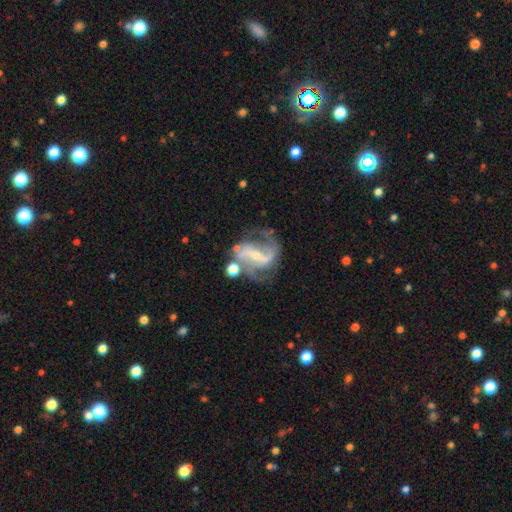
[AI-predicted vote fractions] Smooth or featured?
  - featured or disk: 89% *
  - star or artifact: 6%
  - smooth: 5%
Edge-on disk?
  - no: 97% *
  - yes: 3%
Bar?
  - strong: 50% *
  - weak: 34%
  - no: 15%
Spiral arms?
  - yes: 96% *
  - no: 4%
Spiral winding?
  - medium: 49% *
  - loose: 39%
  - tight: 12%
Spiral arm count?
  - 2: 84% *
  - 3: 6%
  - can't tell: 4%
  - 1: 2%
  - 4: 2%
  - more than 4: 2%
Bulge size?
  - small: 64% *
  - moderate: 28%
  - none: 6%
  - large: 2%
  - dominant: 1%
Merging?
  - none: 63% *
  - minor disturbance: 17%
  - major disturbance: 12%
  - merger: 8%